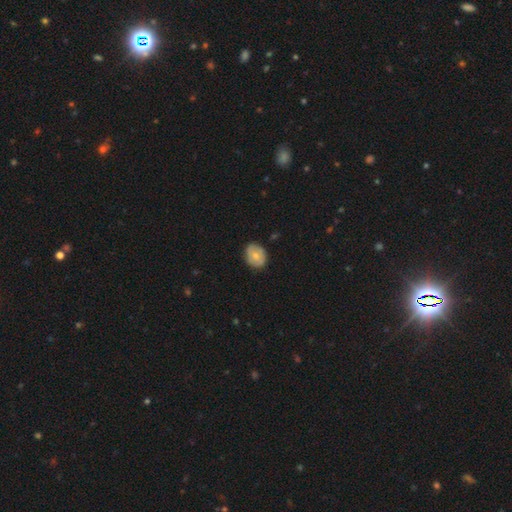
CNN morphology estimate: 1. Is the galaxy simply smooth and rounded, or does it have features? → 62% smooth, 32% featured or disk, 7% star or artifact.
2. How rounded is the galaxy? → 51% round, 48% in between, 1% cigar-shaped.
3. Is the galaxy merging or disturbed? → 79% none, 17% minor disturbance, 3% major disturbance, 1% merger.